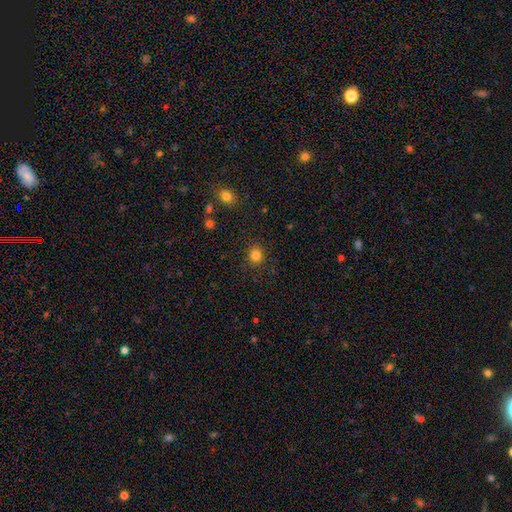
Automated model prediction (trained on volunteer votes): Overall: smooth (82%). How rounded: round (80%). Merging: none (88%).